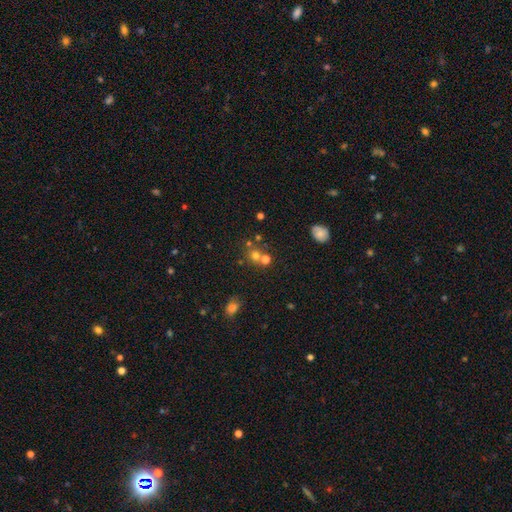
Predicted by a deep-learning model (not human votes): smooth 63%, star or artifact 23%, featured or disk 14%. Down the decision tree: how rounded — round (84%); merging — none (53%).